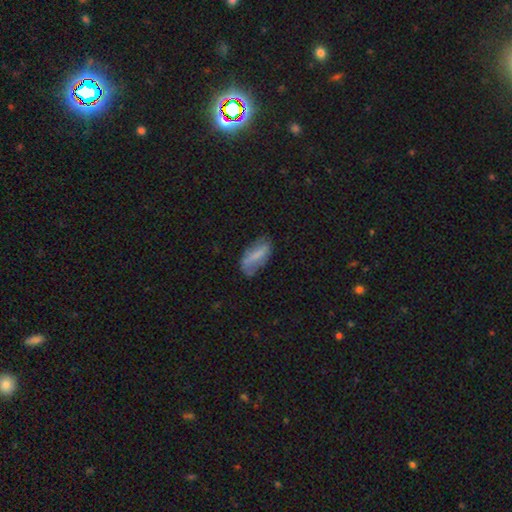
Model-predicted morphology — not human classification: This is likely a smooth galaxy (62%). How rounded: likely in between (78%). Merging: possibly none (57%).